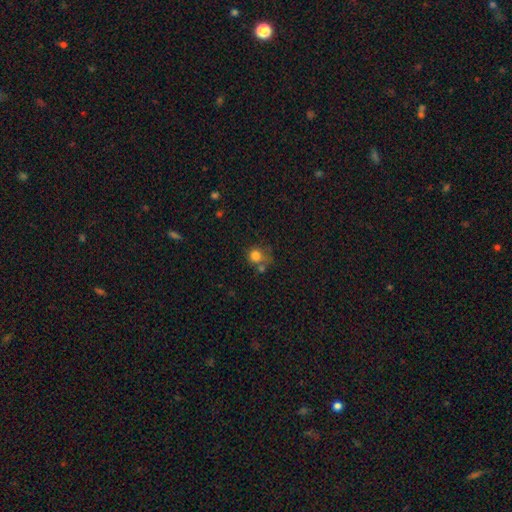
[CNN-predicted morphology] type=smooth (80%); roundness=round (88%); merging=none (54%).